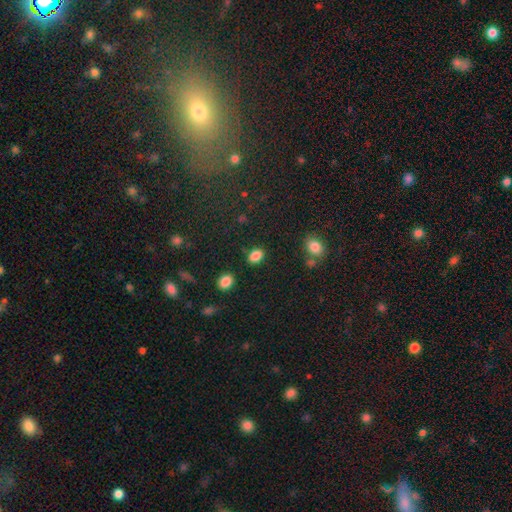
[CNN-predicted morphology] smooth 86%, star or artifact 9%, featured or disk 4%. Down the decision tree: how rounded — in between (80%); merging — none (81%).